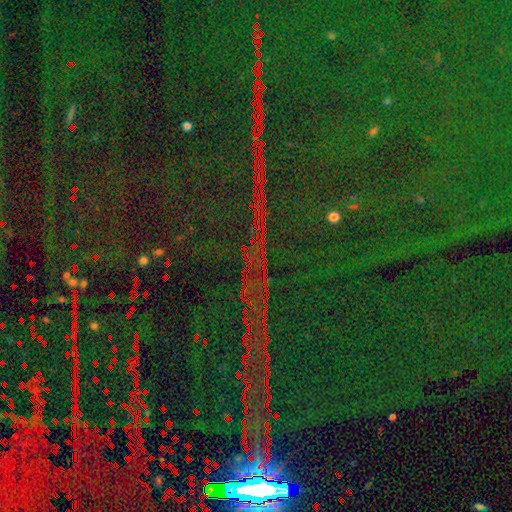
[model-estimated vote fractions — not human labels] A star or artifact, not a galaxy (87%).